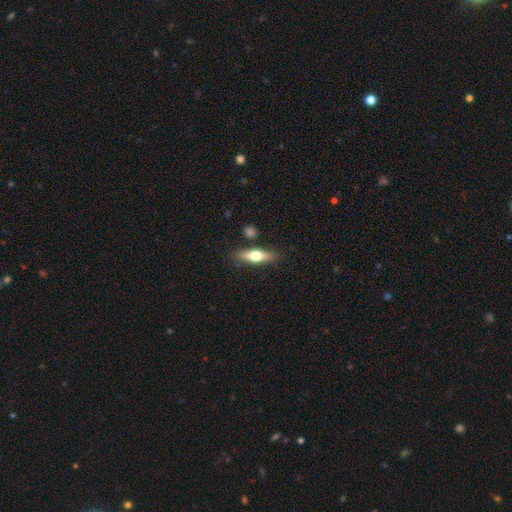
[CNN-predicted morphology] smooth_or_featured: smooth (p=0.48) [alt: featured or disk p=0.46]
merging: none (p=0.81) [alt: minor disturbance p=0.12]